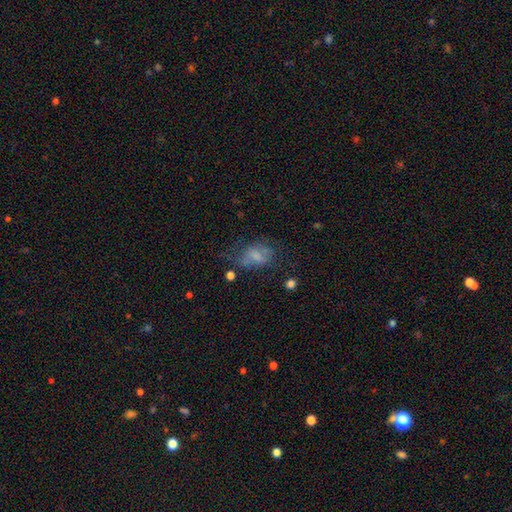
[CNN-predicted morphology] The model was most divided on "merging": none: 39%, major disturbance: 31%, minor disturbance: 25%, merger: 6%. More confident: how rounded — in between (78%); smooth or featured — smooth (52%).